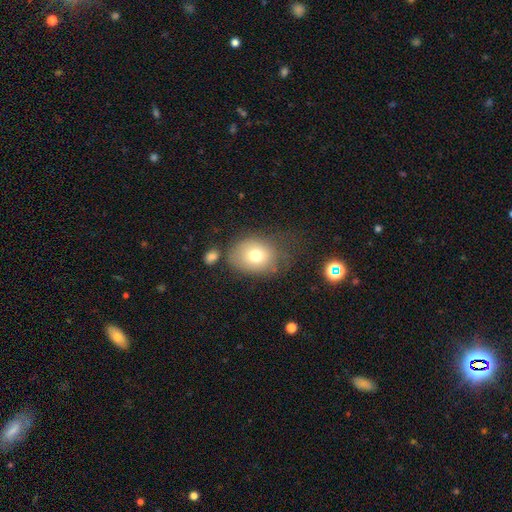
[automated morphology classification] smooth 73%, featured or disk 16%, star or artifact 11%. Down the decision tree: how rounded — round (50%); merging — none (58%).